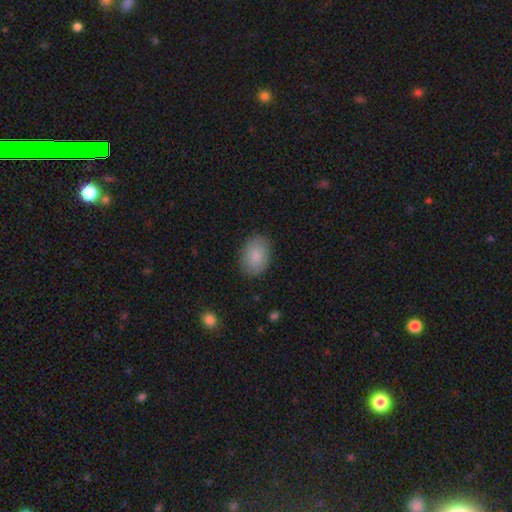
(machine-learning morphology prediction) type=smooth (86%); roundness=in between (78%); merging=none (85%).